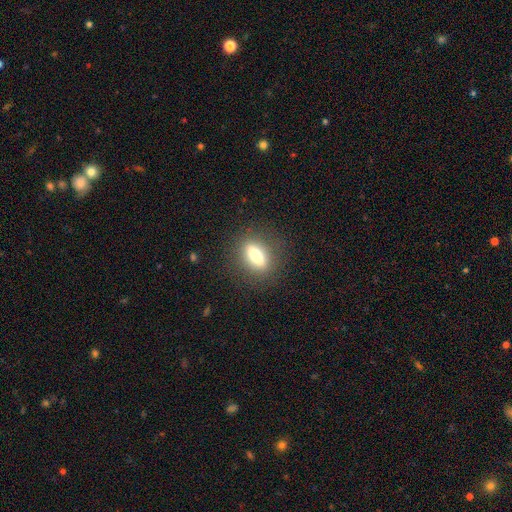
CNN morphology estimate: smooth-or-featured: smooth: 64% | featured or disk: 27% | star or artifact: 9%
  how-rounded: in between: 58% | cigar-shaped: 32% | round: 10%
  merging: none: 86% | minor disturbance: 9% | major disturbance: 4% | merger: 1%